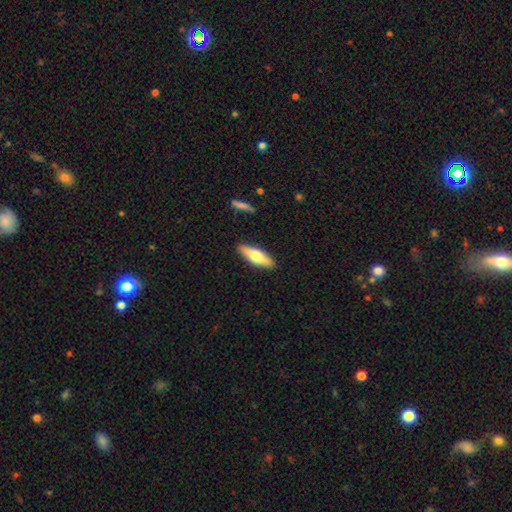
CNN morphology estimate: A smooth galaxy with no disk features (60%) that is in between round and cigar-shaped (51%). Merging: none (89%).